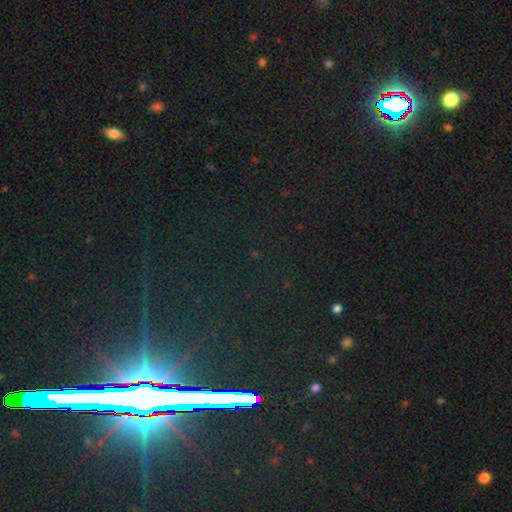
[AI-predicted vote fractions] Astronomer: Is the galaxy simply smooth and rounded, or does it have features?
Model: star or artifact — 82%.